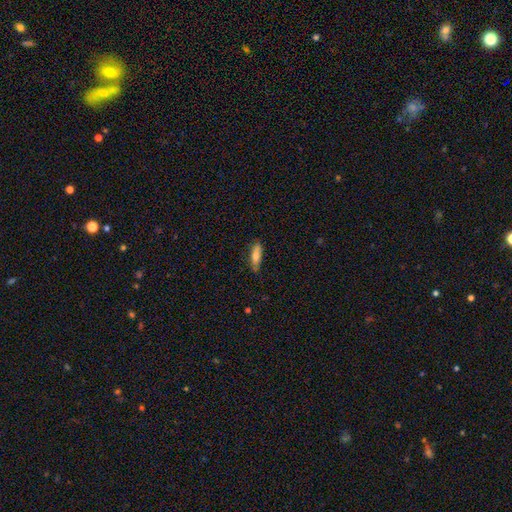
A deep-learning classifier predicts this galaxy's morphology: smooth-or-featured: smooth: 69% | featured or disk: 24% | star or artifact: 7%
  how-rounded: cigar-shaped: 50% | in between: 48% | round: 2%
  merging: none: 77% | minor disturbance: 18% | major disturbance: 3% | merger: 1%